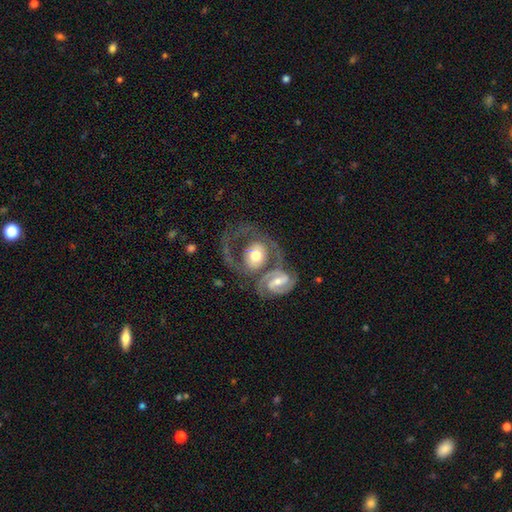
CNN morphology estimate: smooth-or-featured: featured or disk: 71% | smooth: 24% | star or artifact: 5%
  disk-edge-on: no: 96% | yes: 4%
    bar: no: 45% | weak: 35% | strong: 20%
    has-spiral-arms: yes: 87% | no: 13%
      spiral-winding: medium: 47% | tight: 32% | loose: 21%
      spiral-arm-count: 2: 70% | 1: 13% | can't tell: 10% | 3: 4% | 4: 1% | more than 4: 1%
    bulge-size: moderate: 62% | small: 20% | large: 15% | none: 2% | dominant: 2%
  merging: merger: 54% | none: 23% | major disturbance: 14% | minor disturbance: 9%